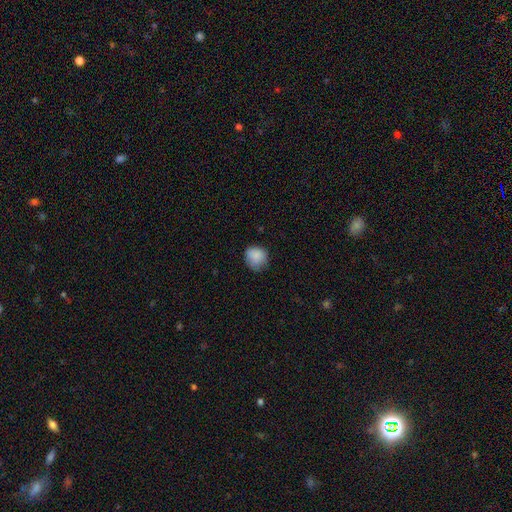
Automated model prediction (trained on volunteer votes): A smooth galaxy with no disk features (87%) that is round (81%).

Vote fractions:
- Smooth or featured? smooth: 87% / star or artifact: 8% / featured or disk: 5%
- How rounded? round: 81% / in between: 18% / cigar-shaped: 1%
- Merging? none: 71% / minor disturbance: 23% / major disturbance: 5% / merger: 1%